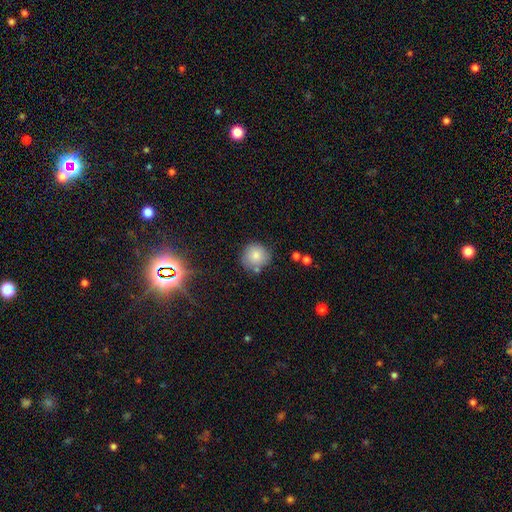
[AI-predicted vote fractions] Smooth or featured: smooth — 80% (star or artifact — 10%)
How rounded: round — 90% (in between — 9%)
Merging: none — 73% (minor disturbance — 16%)